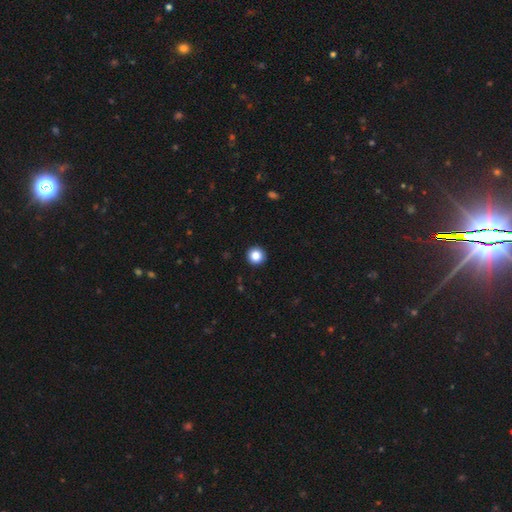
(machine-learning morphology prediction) type=smooth (86%); roundness=round (96%); merging=none (94%).